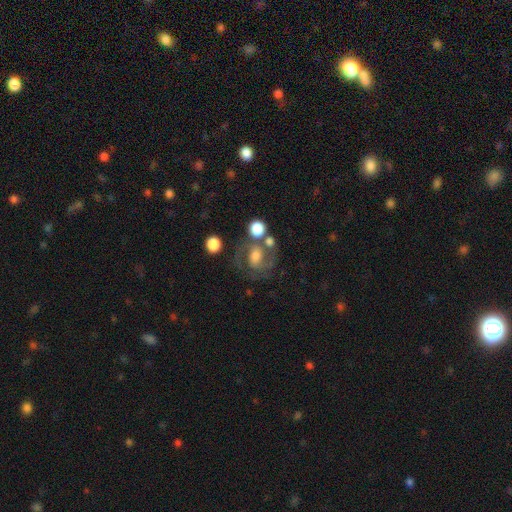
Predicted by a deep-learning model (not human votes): The model was most divided on "bar": no: 46%, weak: 39%, strong: 15%. Remaining: edge-on disk — no (97%); spiral arms — yes (82%); smooth or featured — featured or disk (57%); merging — none (52%); bulge size — moderate (50%).